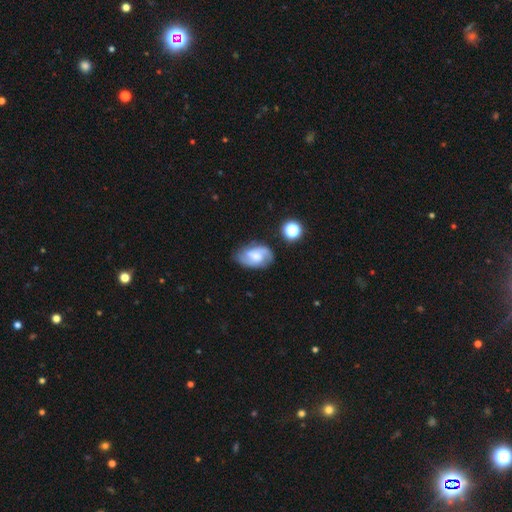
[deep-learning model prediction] Q: Smooth or featured?
A: featured or disk (66%); runner-up: smooth (26%)
Q: Edge-on disk?
A: no (97%); runner-up: yes (3%)
Q: Bar?
A: weak (45%); tied with: no (45%)
Q: Spiral arms?
A: yes (91%); runner-up: no (9%)
Q: Spiral winding?
A: medium (47%); runner-up: tight (28%)
Q: Spiral arm count?
A: 2 (65%); runner-up: can't tell (15%)
Q: Bulge size?
A: moderate (36%); runner-up: small (29%)
Q: Merging?
A: none (67%); runner-up: minor disturbance (22%)